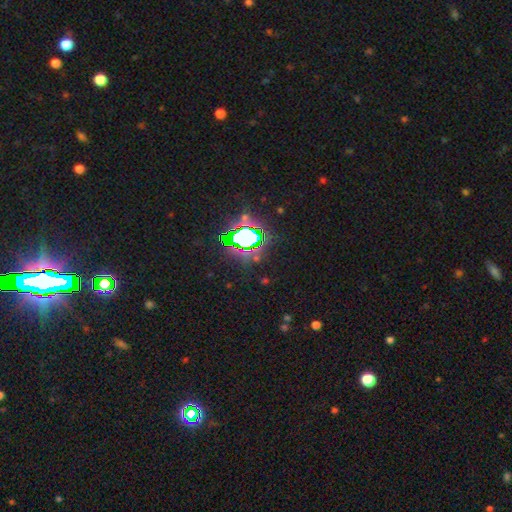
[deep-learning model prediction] This is likely a star or artifact rather than a galaxy (78%).